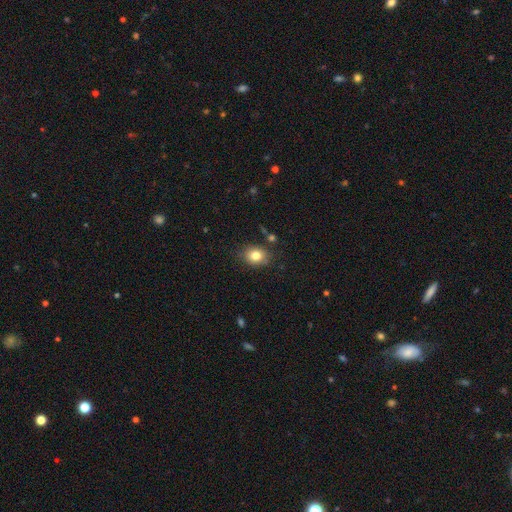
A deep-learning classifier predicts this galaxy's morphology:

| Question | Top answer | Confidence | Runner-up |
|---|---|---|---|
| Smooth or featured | smooth | 81% | star or artifact (10%) |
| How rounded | round | 50% | in between (49%) |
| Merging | none | 81% | minor disturbance (13%) |